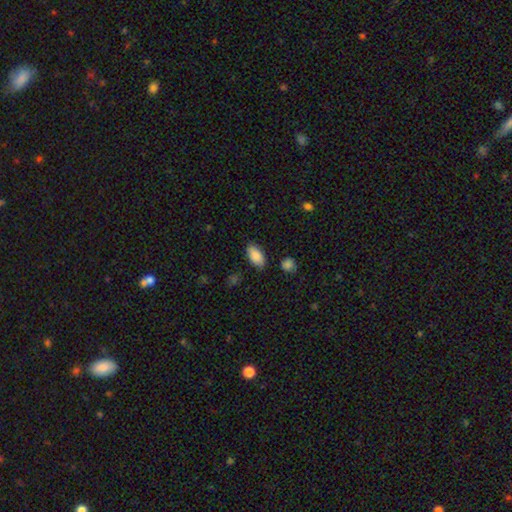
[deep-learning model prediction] A smooth galaxy with no disk features (87%) that is in between round and cigar-shaped (93%). Merging: none (83%).